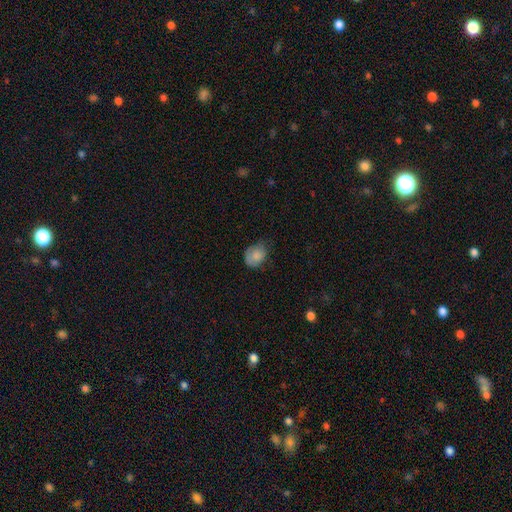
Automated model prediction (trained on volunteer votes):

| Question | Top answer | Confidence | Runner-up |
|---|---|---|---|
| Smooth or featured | smooth | 80% | featured or disk (12%) |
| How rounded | in between | 53% | round (47%) |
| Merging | none | 51% | minor disturbance (36%) |